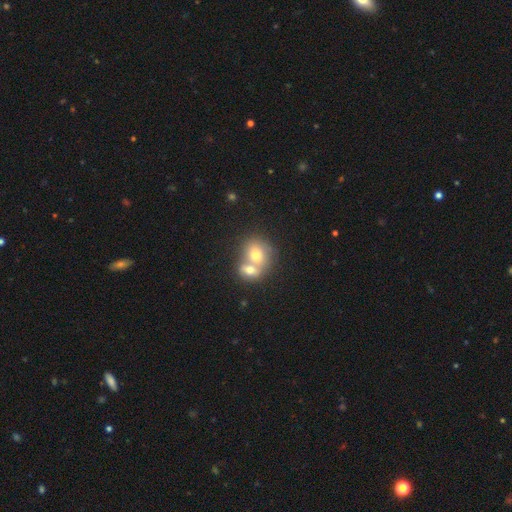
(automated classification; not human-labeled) A smooth galaxy with no disk features (69%) that is round (59%).

Vote fractions:
- Smooth or featured? smooth: 69% / featured or disk: 22% / star or artifact: 10%
- How rounded? round: 59% / in between: 40% / cigar-shaped: 1%
- Merging? merger: 73% / none: 19% / minor disturbance: 5% / major disturbance: 3%